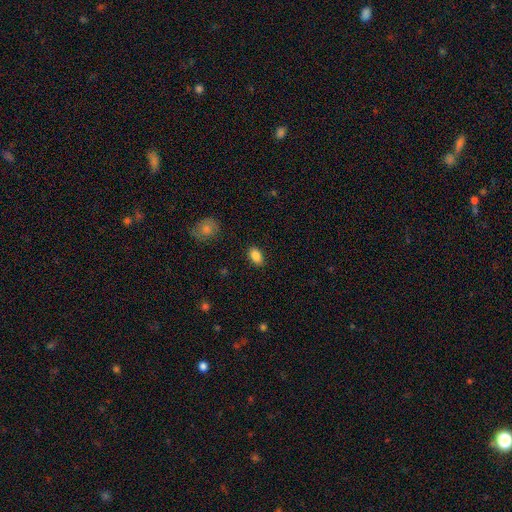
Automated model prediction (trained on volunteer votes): A smooth galaxy with no disk features (86%) that is in between round and cigar-shaped (89%).

Vote fractions:
- Smooth or featured? smooth: 86% / star or artifact: 8% / featured or disk: 5%
- How rounded? in between: 89% / round: 8% / cigar-shaped: 2%
- Merging? none: 87% / minor disturbance: 10% / major disturbance: 2% / merger: 1%